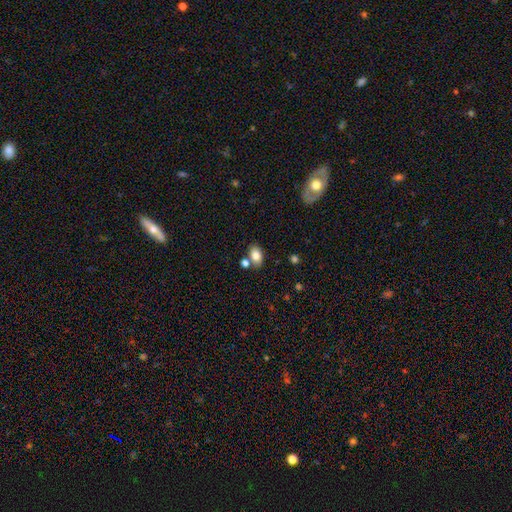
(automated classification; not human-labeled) This is clearly a smooth galaxy (82%). How rounded: clearly in between (85%). Merging: likely none (68%).